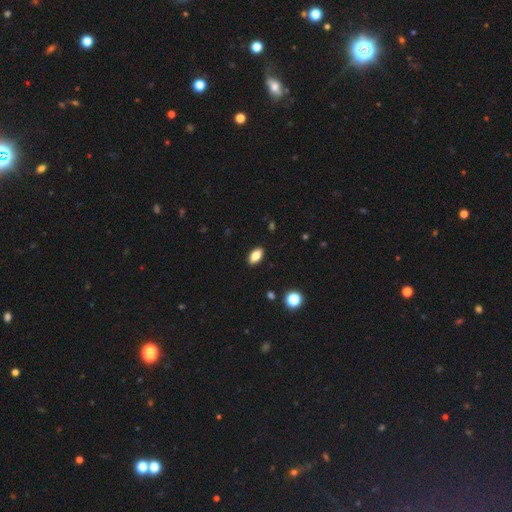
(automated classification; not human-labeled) Smooth or featured: smooth — 82% (featured or disk — 9%)
How rounded: in between — 91% (round — 6%)
Merging: none — 90% (minor disturbance — 8%)